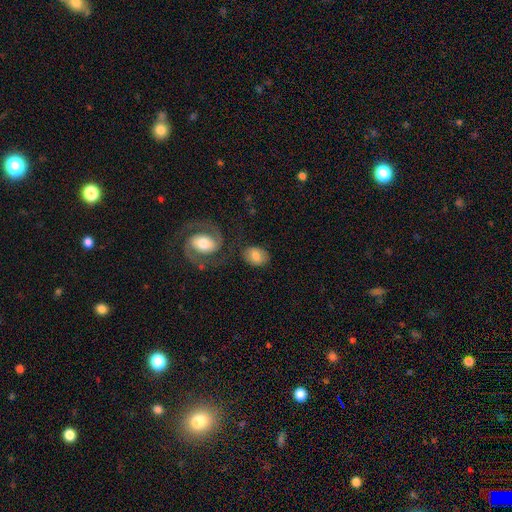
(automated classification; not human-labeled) Morphology: type=smooth (71%); roundness=in between (69%); merging=none (69%).